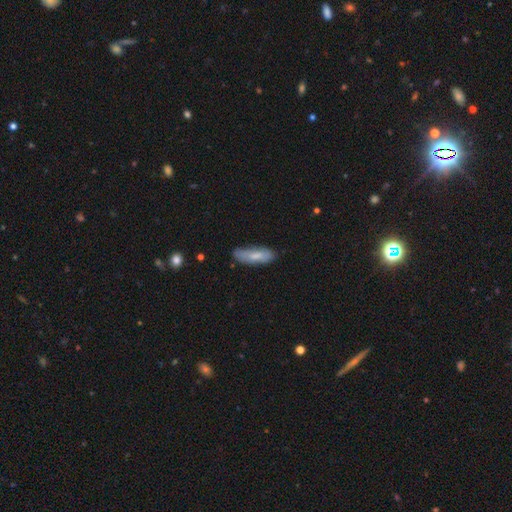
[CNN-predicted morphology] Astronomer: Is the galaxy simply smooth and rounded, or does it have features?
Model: smooth — 69%.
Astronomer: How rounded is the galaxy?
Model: in between — 56% (runner-up: cigar-shaped, 42%).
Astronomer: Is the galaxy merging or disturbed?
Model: none — 70%.